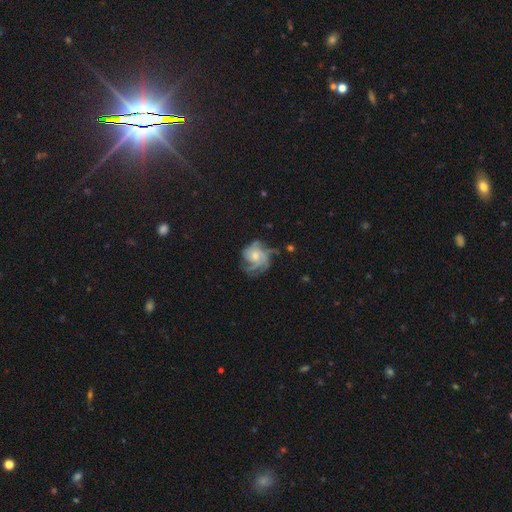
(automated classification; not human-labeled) Smooth or featured?
  - featured or disk: 75% *
  - smooth: 16%
  - star or artifact: 8%
Edge-on disk?
  - no: 98% *
  - yes: 2%
Bar?
  - no: 74% *
  - weak: 22%
  - strong: 3%
Spiral arms?
  - yes: 92% *
  - no: 8%
Spiral winding?
  - tight: 51% *
  - medium: 37%
  - loose: 12%
Spiral arm count?
  - 3: 28% * (tied)
  - can't tell: 28% * (tied)
  - 4: 20%
  - 2: 11%
  - more than 4: 7%
  - 1: 6%
Bulge size?
  - moderate: 52% *
  - small: 39%
  - large: 5%
  - none: 3%
  - dominant: 1%
Merging?
  - none: 57% *
  - minor disturbance: 23%
  - major disturbance: 18%
  - merger: 2%